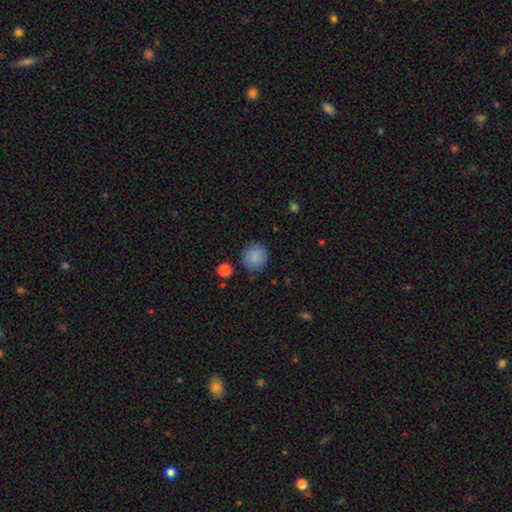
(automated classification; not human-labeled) Smooth or featured? Predicted: smooth (p=0.86). How rounded? Predicted: round (p=0.91). Merging? Predicted: none (p=0.86).